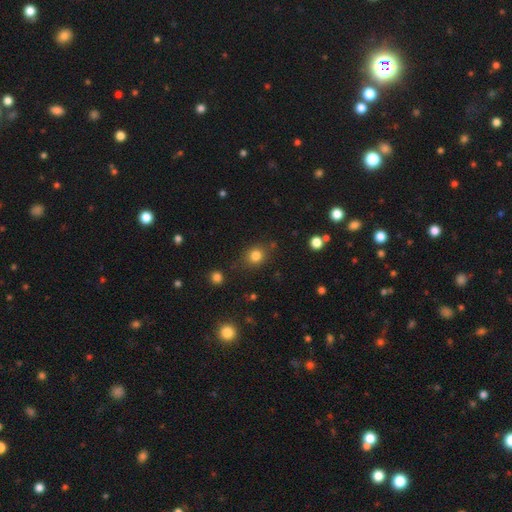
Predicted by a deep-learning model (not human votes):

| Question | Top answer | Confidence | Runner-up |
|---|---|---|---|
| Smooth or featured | smooth | 81% | star or artifact (13%) |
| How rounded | round | 77% | in between (23%) |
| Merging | none | 80% | minor disturbance (12%) |